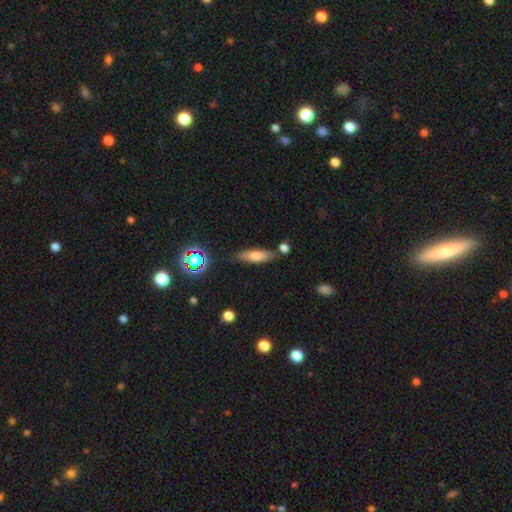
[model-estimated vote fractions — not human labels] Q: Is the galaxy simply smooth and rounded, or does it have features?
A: smooth — 66%.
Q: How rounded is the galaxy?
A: cigar-shaped — 57%.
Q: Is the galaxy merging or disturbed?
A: none — 74%.